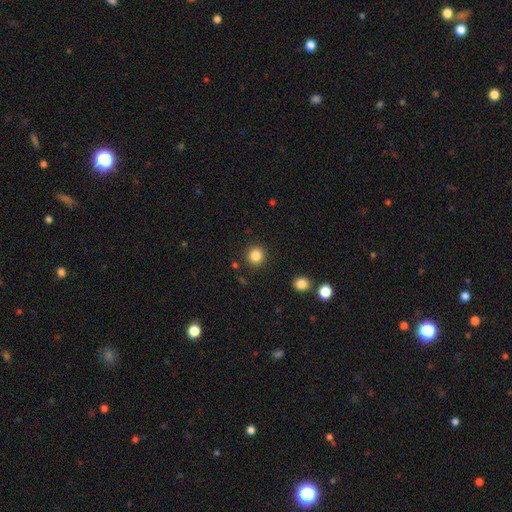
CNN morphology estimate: Smooth or featured? Predicted: smooth (p=0.85). How rounded? Predicted: round (p=0.93). Merging? Predicted: none (p=0.91).